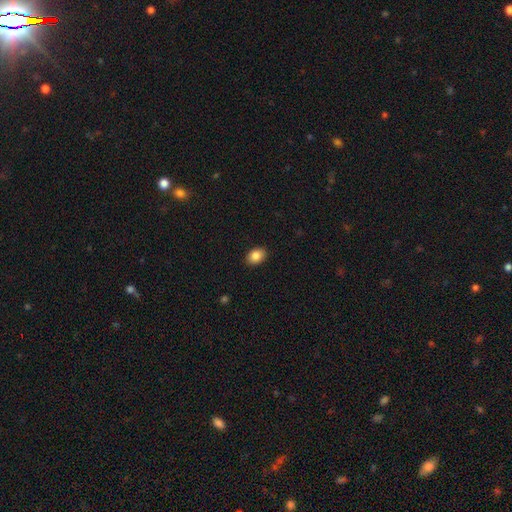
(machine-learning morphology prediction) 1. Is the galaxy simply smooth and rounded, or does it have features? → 86% smooth, 8% star or artifact, 6% featured or disk.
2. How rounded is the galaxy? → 77% in between, 22% round, 1% cigar-shaped.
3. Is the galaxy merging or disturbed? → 90% none, 8% minor disturbance, 2% major disturbance, 1% merger.